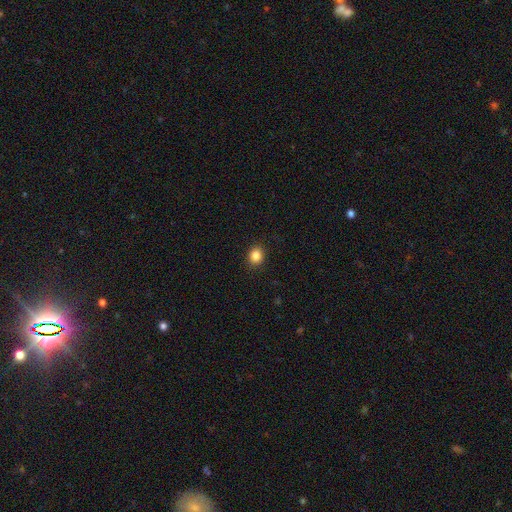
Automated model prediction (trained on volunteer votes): This appears to be a smooth galaxy with no disk features (85%) that is round (70%). Merging: none (90%).